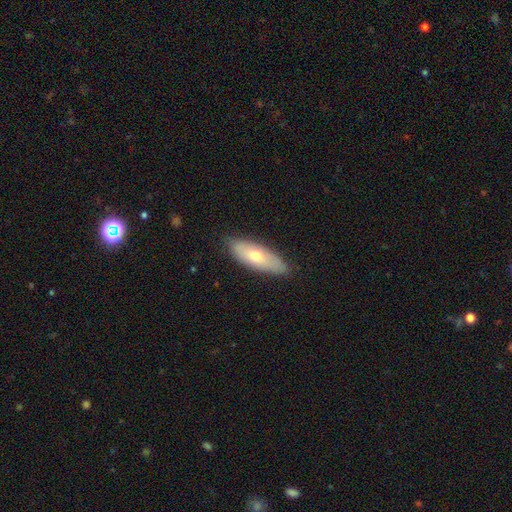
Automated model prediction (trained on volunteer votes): smooth-or-featured: smooth: 64% | featured or disk: 30% | star or artifact: 6%
  how-rounded: in between: 68% | cigar-shaped: 29% | round: 2%
  merging: none: 83% | minor disturbance: 14% | major disturbance: 2% | merger: 1%